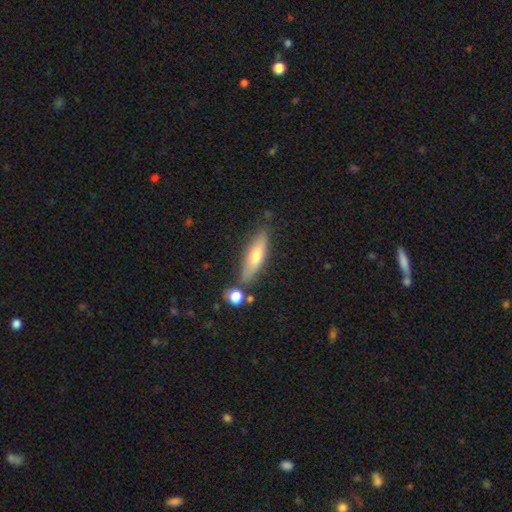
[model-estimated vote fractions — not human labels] The model was most divided on "smooth or featured": smooth: 55%, featured or disk: 39%, star or artifact: 7%. More confident: merging — none (77%); how rounded — cigar-shaped (66%).